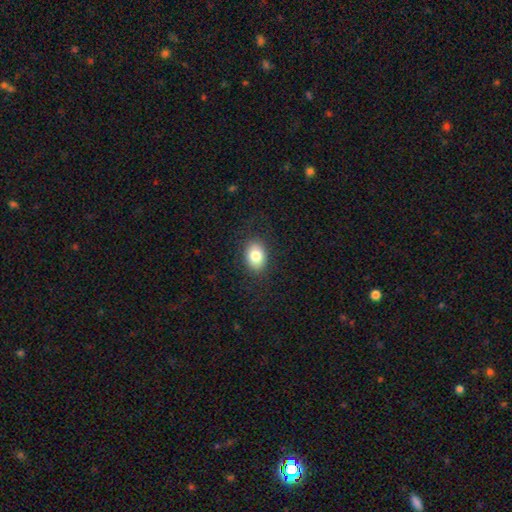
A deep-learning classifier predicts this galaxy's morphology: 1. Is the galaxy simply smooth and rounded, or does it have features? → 82% smooth, 10% featured or disk, 8% star or artifact.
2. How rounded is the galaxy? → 76% in between, 23% round, 1% cigar-shaped.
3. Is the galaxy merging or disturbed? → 85% none, 10% minor disturbance, 4% major disturbance, 1% merger.